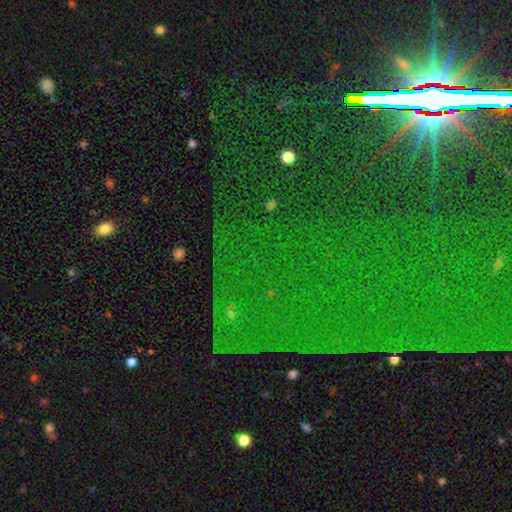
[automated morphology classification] This appears to be a star or artifact, not a galaxy (85%).